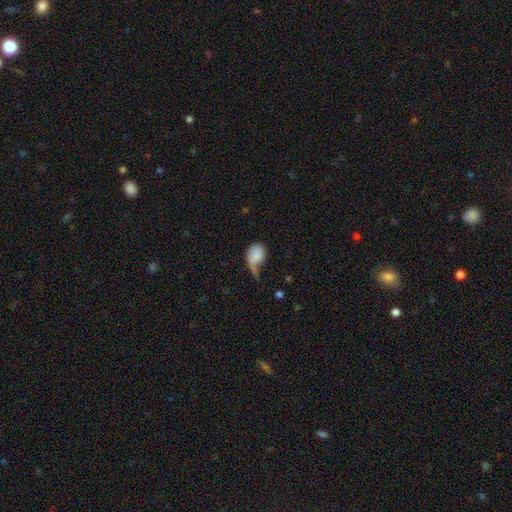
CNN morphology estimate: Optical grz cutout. It shows a smooth galaxy with no disk features (76%) that is in between round and cigar-shaped (70%). Merging: major disturbance (42%).